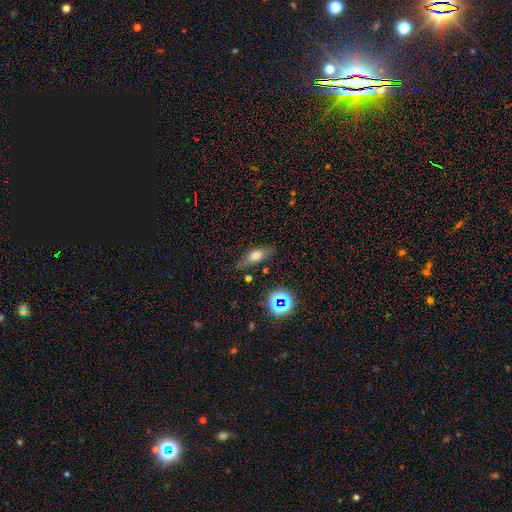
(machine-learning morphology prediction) This is likely a smooth galaxy (64%). How rounded: likely in between (66%). Merging: likely none (75%).